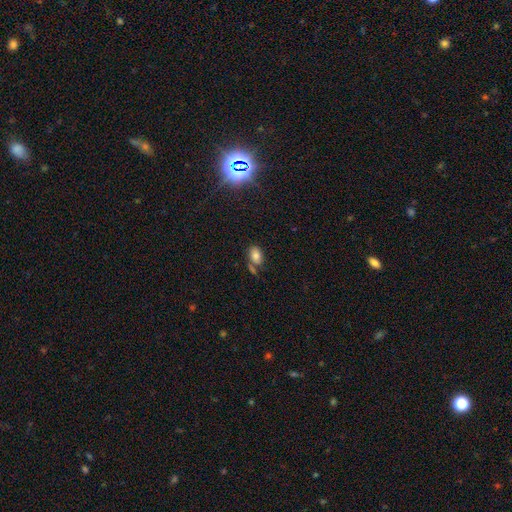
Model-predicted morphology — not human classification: Overall: smooth (77%). How rounded: in between (85%). Merging: none (54%; merger 20%).